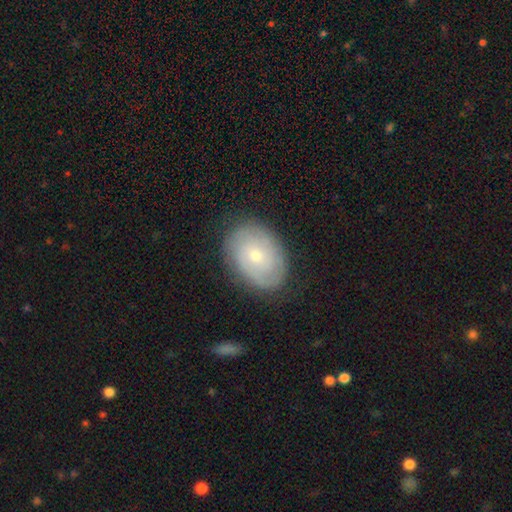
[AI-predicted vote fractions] Smooth or featured? Predicted: featured or disk (p=0.62). Edge-on disk? Predicted: no (p=0.96). Bar? Predicted: no (p=0.74). Spiral arms? Predicted: yes (p=0.85). Spiral winding? Predicted: tight (p=0.66). Spiral arm count? Predicted: can't tell (p=0.40). Bulge size? Predicted: small (p=0.59). Merging? Predicted: none (p=0.81).